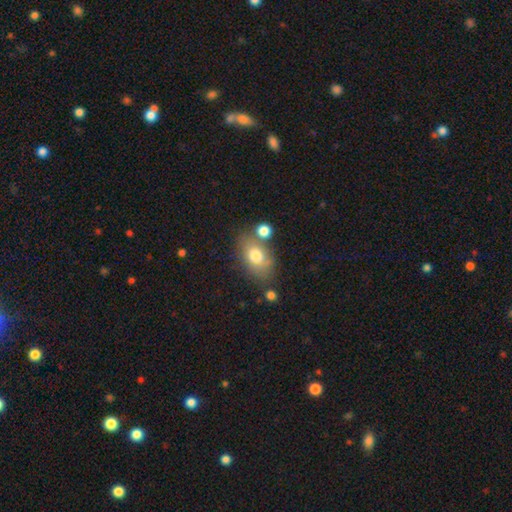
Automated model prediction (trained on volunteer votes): smooth 75%, featured or disk 16%, star or artifact 9%. Down the decision tree: how rounded — in between (81%); merging — none (63%).